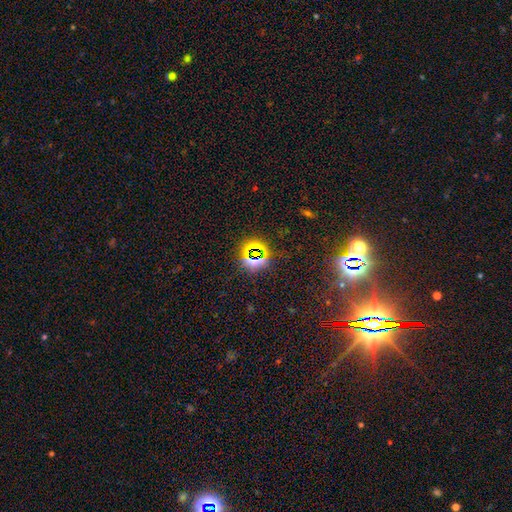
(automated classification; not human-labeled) The model was most divided on "smooth or featured": star or artifact: 70%, smooth: 21%, featured or disk: 9%.